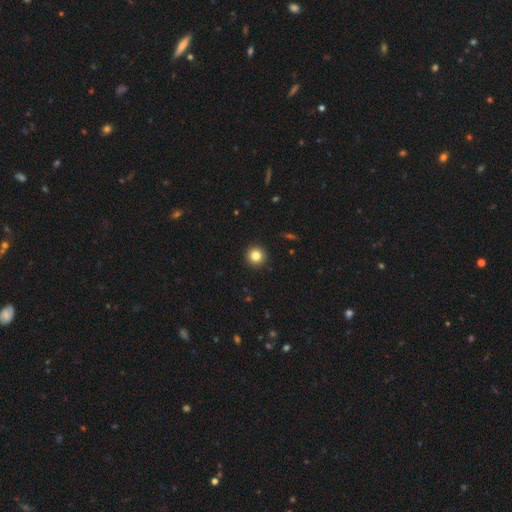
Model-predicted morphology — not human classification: This appears to be a smooth galaxy with no disk features (82%) that is round (96%). Merging: none (93%).